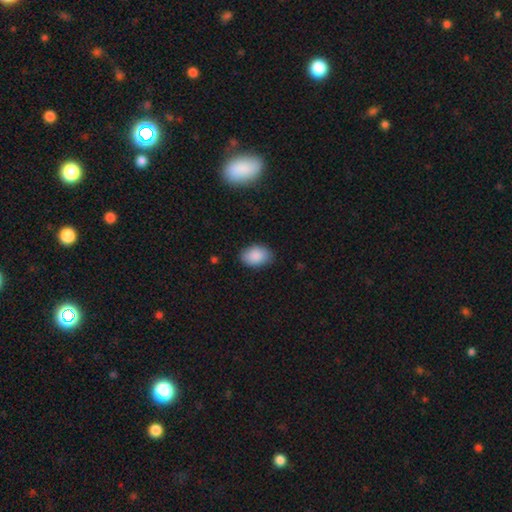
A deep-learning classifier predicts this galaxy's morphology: Q: Smooth or featured?
A: smooth (89%); runner-up: star or artifact (7%)
Q: How rounded?
A: in between (87%); runner-up: round (12%)
Q: Merging?
A: none (83%); runner-up: minor disturbance (13%)